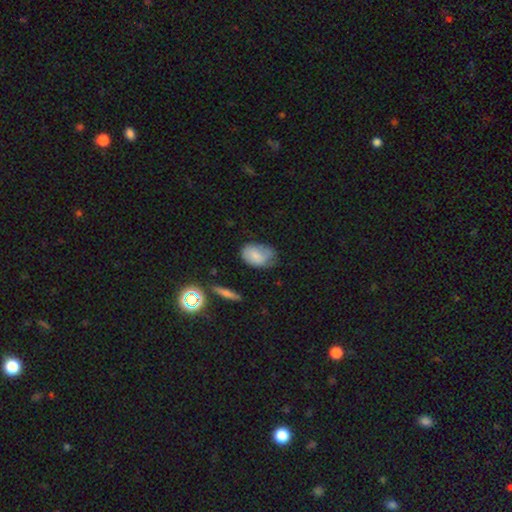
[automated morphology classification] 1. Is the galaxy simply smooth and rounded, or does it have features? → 76% smooth, 16% featured or disk, 8% star or artifact.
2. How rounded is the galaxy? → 86% in between, 13% round, 1% cigar-shaped.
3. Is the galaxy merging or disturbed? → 49% none, 36% minor disturbance, 12% major disturbance, 3% merger.